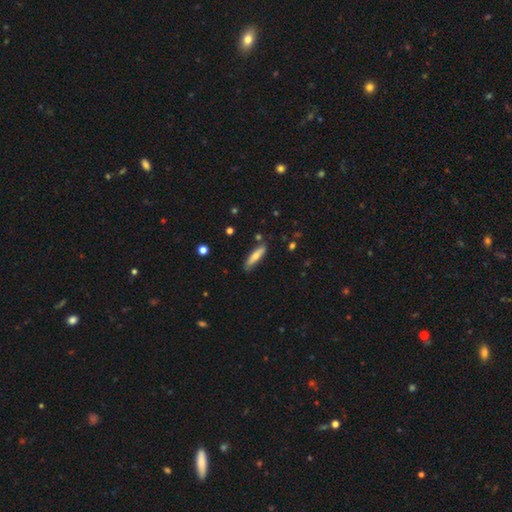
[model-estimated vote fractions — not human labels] This is likely a smooth galaxy (63%). How rounded: likely cigar-shaped (78%). Merging: clearly none (81%).